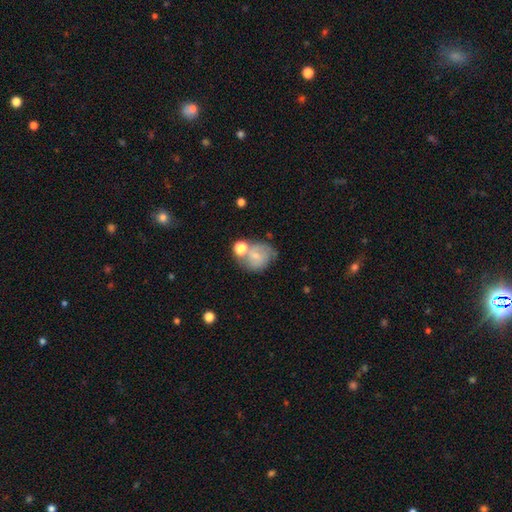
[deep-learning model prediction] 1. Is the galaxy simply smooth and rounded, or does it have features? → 48% smooth, 42% featured or disk, 10% star or artifact.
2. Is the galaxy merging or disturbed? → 40% none, 27% merger, 21% minor disturbance, 12% major disturbance.